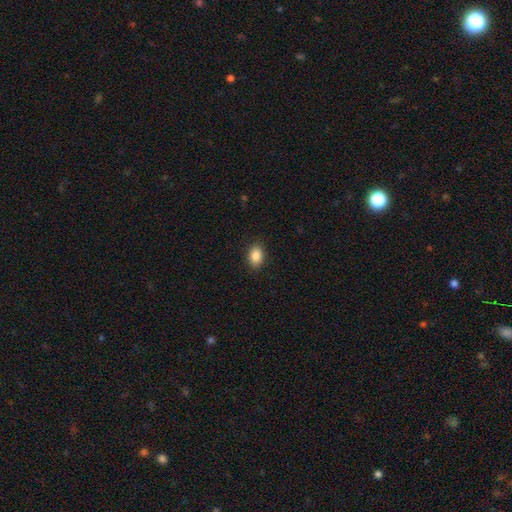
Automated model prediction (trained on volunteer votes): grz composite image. It shows a smooth galaxy with no disk features (88%) that is in between round and cigar-shaped (80%). Merging: none (89%).